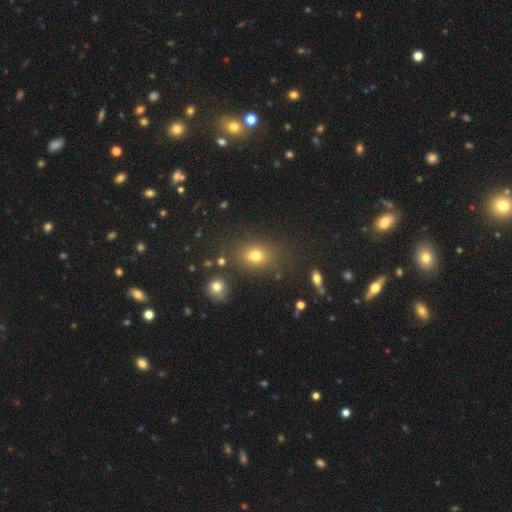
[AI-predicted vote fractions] Smooth or featured? Predicted: smooth (p=0.72). How rounded? Predicted: in between (p=0.52). Merging? Predicted: none (p=0.75).